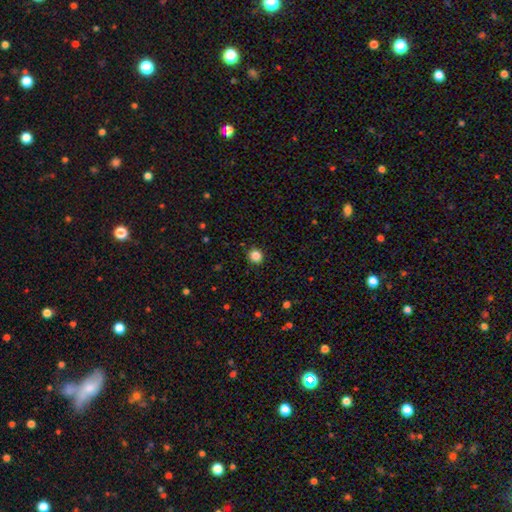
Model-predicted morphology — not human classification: Smooth or featured? smooth (85%)
How rounded? round (92%)
Merging? none (91%)